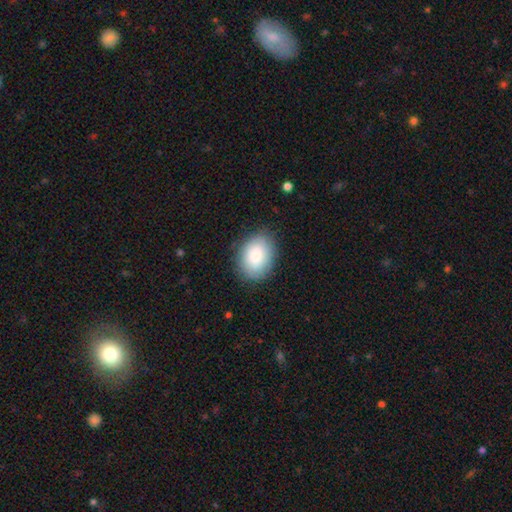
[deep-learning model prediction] Smooth or featured: smooth — 82% (featured or disk — 11%)
How rounded: in between — 71% (round — 28%)
Merging: none — 84% (minor disturbance — 12%)